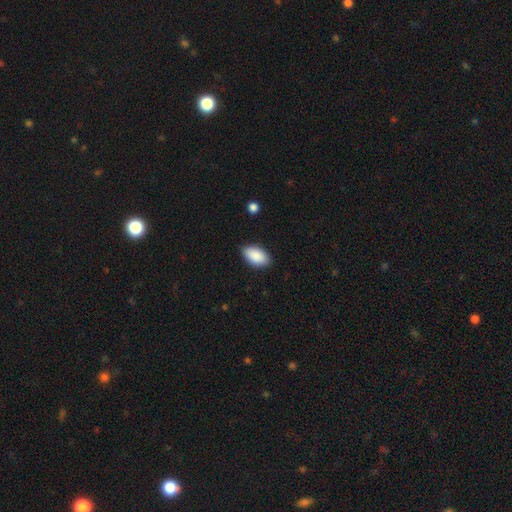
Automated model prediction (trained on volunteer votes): Smooth or featured? Predicted: smooth (p=0.89). How rounded? Predicted: in between (p=0.95). Merging? Predicted: none (p=0.85).